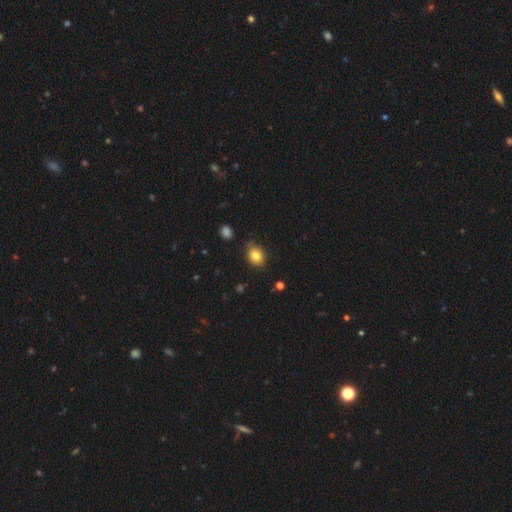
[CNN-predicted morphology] A smooth galaxy with no disk features (81%) that is in between round and cigar-shaped (59%). Merging: none (76%).